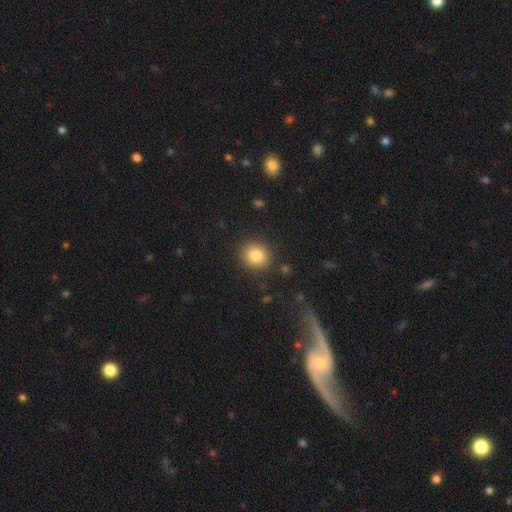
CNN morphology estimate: Overall: smooth (82%). How rounded: round (77%). Merging: none (88%).